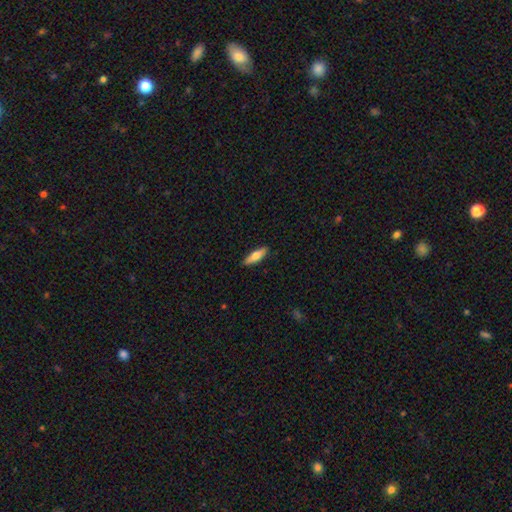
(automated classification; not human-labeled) Morphology: type=smooth (66%); roundness=cigar-shaped (59%); merging=none (90%).